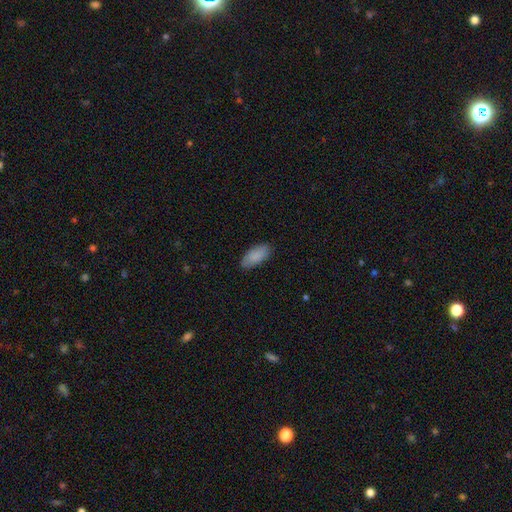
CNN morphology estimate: Overall: smooth (88%). How rounded: in between (87%). Merging: none (84%).